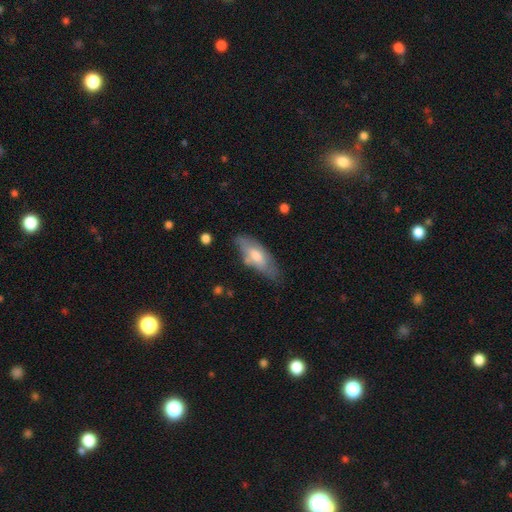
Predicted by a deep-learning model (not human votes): The model was most divided on "smooth or featured": smooth: 56%, featured or disk: 38%, star or artifact: 6%. More confident: how rounded — in between (70%); merging — none (63%).